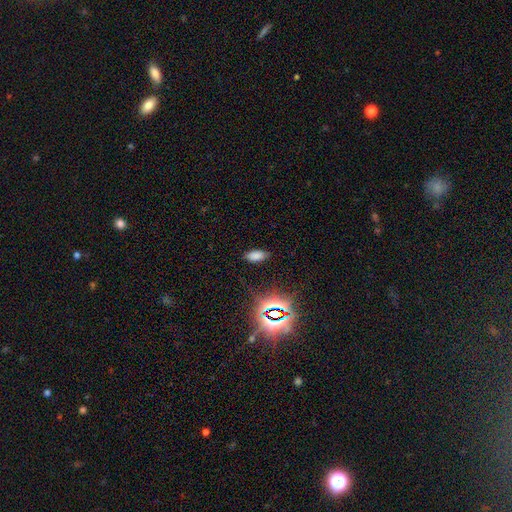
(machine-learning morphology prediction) Smooth or featured?
  - smooth: 72% *
  - star or artifact: 21%
  - featured or disk: 7%
How rounded?
  - in between: 90% *
  - cigar-shaped: 7%
  - round: 4%
Merging?
  - none: 82% *
  - minor disturbance: 12%
  - major disturbance: 4%
  - merger: 2%